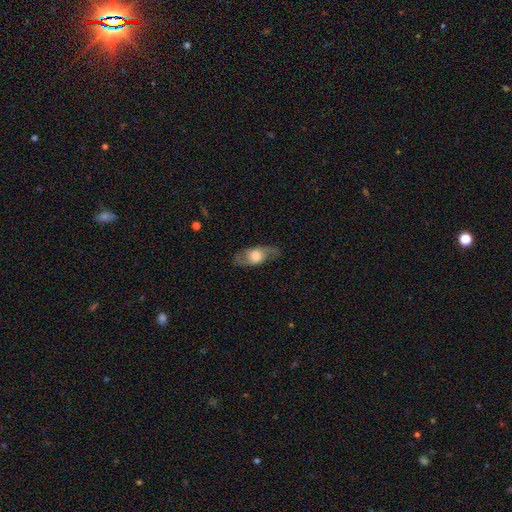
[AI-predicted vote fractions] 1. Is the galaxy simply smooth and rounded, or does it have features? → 53% featured or disk, 40% smooth, 7% star or artifact.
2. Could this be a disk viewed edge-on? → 74% no, 26% yes.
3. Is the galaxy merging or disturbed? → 76% none, 15% minor disturbance, 7% major disturbance, 1% merger.